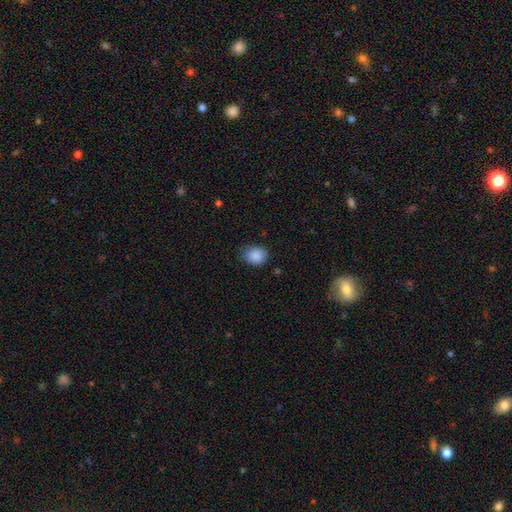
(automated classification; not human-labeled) The model was most divided on "how rounded": round: 60%, in between: 39%, cigar-shaped: 1%. More confident: smooth or featured — smooth (88%); merging — none (79%).